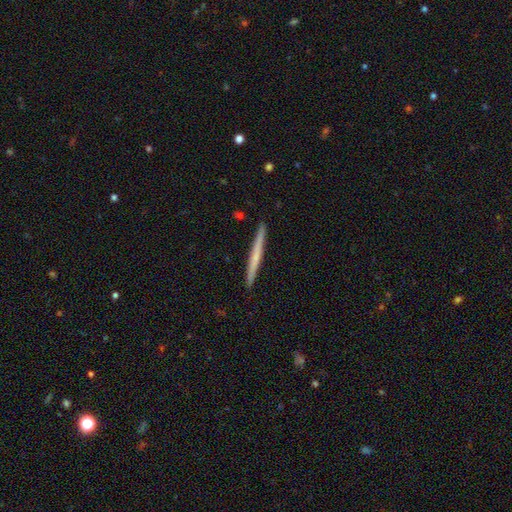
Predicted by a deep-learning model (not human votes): A featured or disk galaxy (48%).

Vote fractions:
- Smooth or featured? featured or disk: 48% / smooth: 46% / star or artifact: 5%
- Merging? none: 92% / minor disturbance: 5% / major disturbance: 1% / merger: 1%